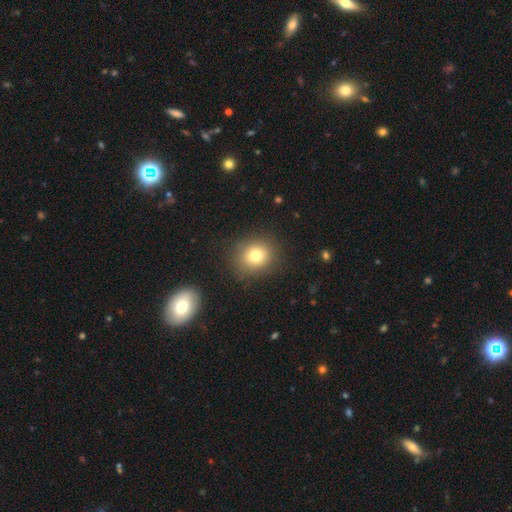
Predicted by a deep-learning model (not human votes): smooth_or_featured: smooth (p=0.77) [alt: star or artifact p=0.12]
how_rounded: round (p=0.75) [alt: in between p=0.24]
merging: none (p=0.85) [alt: minor disturbance p=0.09]